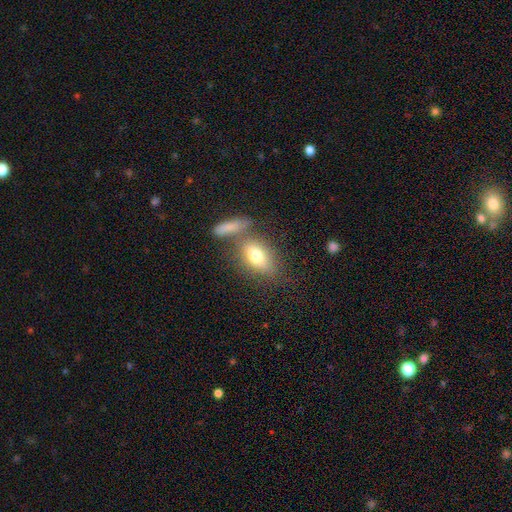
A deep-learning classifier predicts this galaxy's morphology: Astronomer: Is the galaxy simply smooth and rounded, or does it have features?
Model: star or artifact — 50% (runner-up: smooth, 32%).